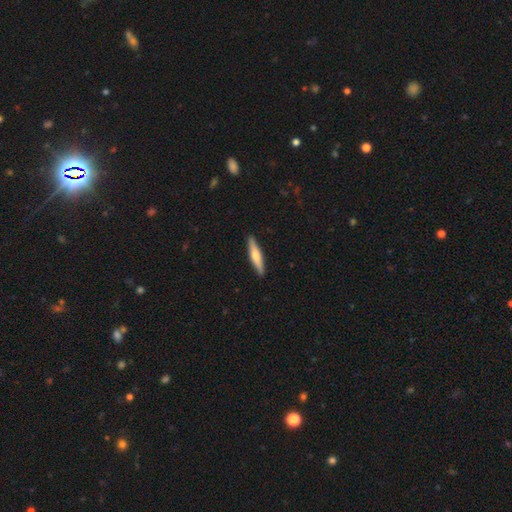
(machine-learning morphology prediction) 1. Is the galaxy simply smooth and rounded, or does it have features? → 51% smooth, 44% featured or disk, 5% star or artifact.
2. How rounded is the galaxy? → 87% cigar-shaped, 12% in between, 2% round.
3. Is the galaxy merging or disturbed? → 92% none, 6% minor disturbance, 1% major disturbance, 1% merger.